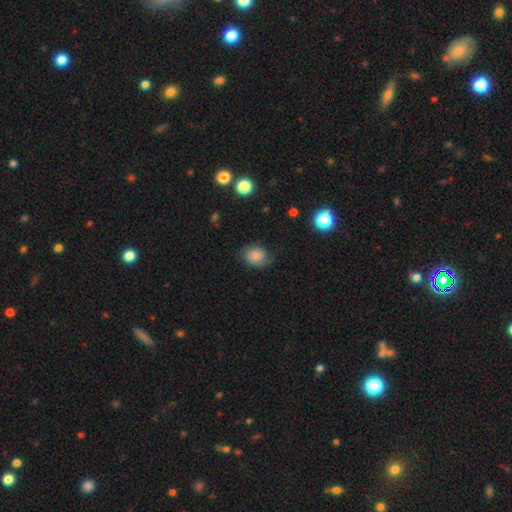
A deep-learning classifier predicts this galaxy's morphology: A smooth galaxy with no disk features (59%) that is in between round and cigar-shaped (58%). Merging: none (58%).